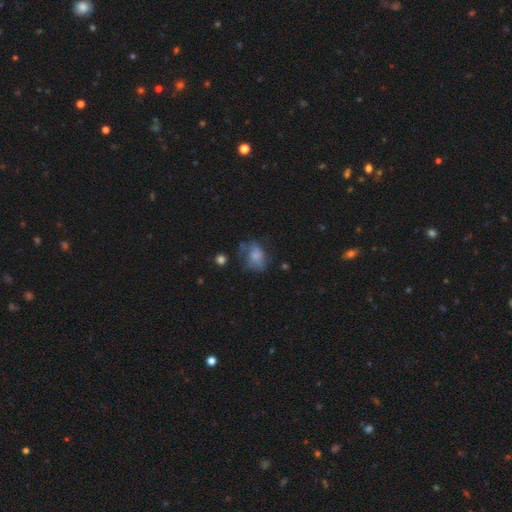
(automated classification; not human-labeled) This is likely a smooth galaxy (68%). How rounded: likely in between (66%). Merging: marginally none (41%).